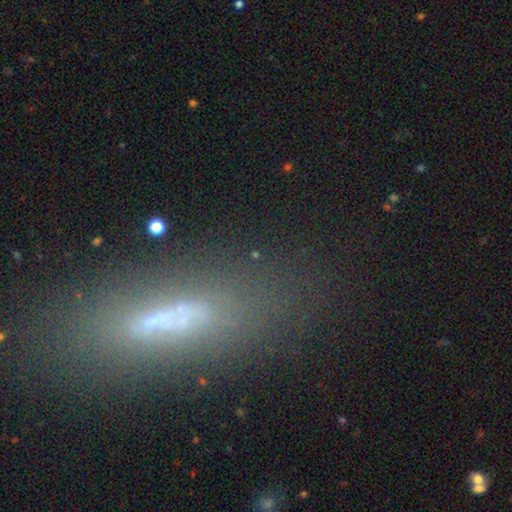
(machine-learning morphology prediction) smooth_or_featured: featured or disk (p=0.41) [alt: smooth p=0.37]
merging: none (p=0.64) [alt: minor disturbance p=0.18]